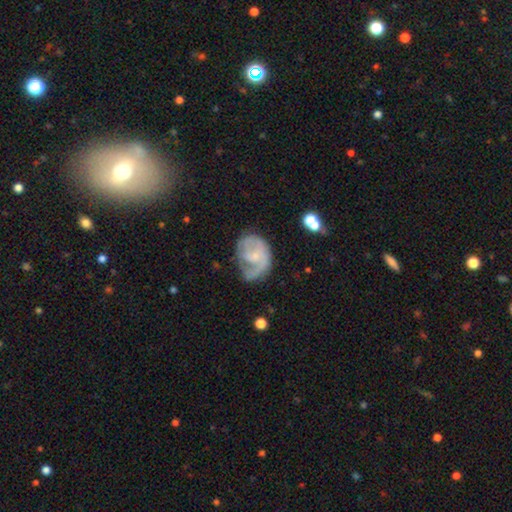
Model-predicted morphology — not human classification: featured or disk 67%, smooth 26%, star or artifact 7%. Down the decision tree: edge-on disk — no (98%); bar — no (60%); spiral arms — yes (80%); spiral arm count — 1 (39%); spiral winding — medium (39%); bulge size — small (60%); merging — none (44%).